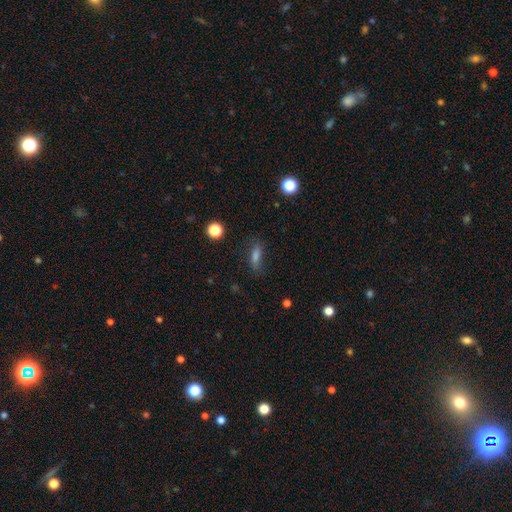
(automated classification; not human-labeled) Overall: smooth (67%). How rounded: cigar-shaped (48%; in between 45%). Merging: none (74%).